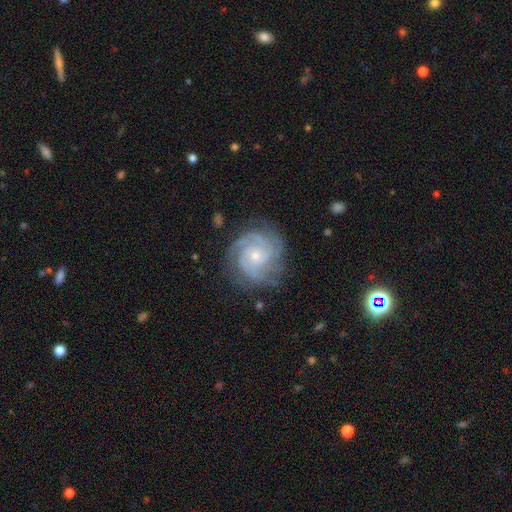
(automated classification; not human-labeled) Overall: featured or disk (87%). Edge-on disk: no (98%). Bar: no (75%). Spiral arms: yes (97%). Spiral arm count: 3 (34%; 4 20%). Spiral winding: tight (66%; medium 29%). Bulge size: small (66%; moderate 30%). Merging: none (76%).